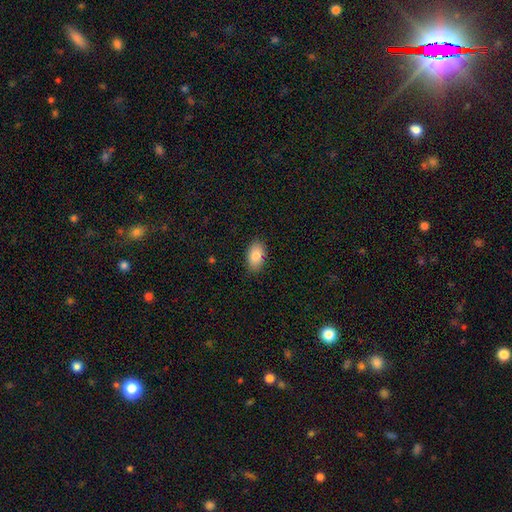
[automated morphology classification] Smooth or featured? smooth (87%)
How rounded? in between (93%)
Merging? none (87%)